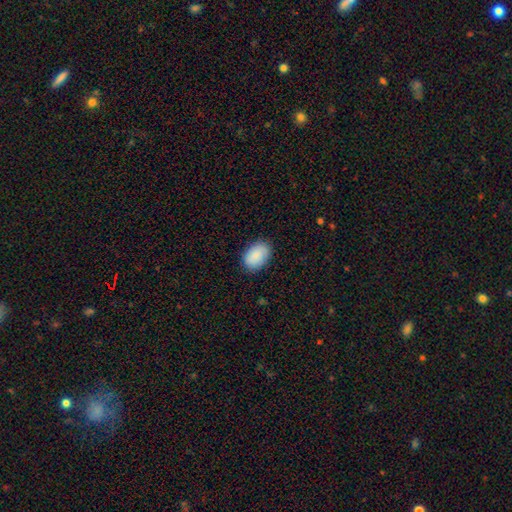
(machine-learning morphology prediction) smooth_or_featured: smooth (p=0.90) [alt: star or artifact p=0.06]
how_rounded: in between (p=0.89) [alt: round p=0.10]
merging: none (p=0.86) [alt: minor disturbance p=0.11]